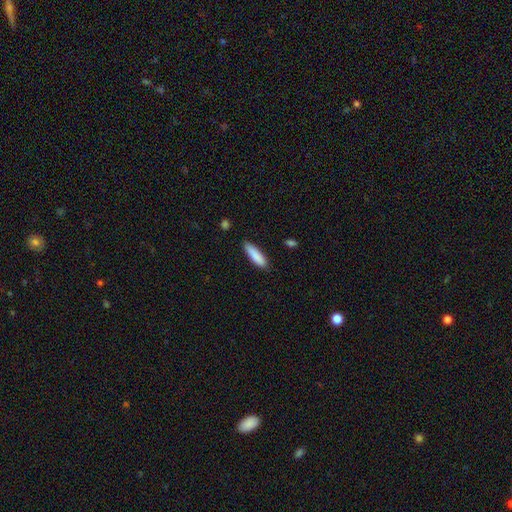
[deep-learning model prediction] Smooth or featured: smooth — 87% (featured or disk — 7%)
How rounded: cigar-shaped — 65% (in between — 34%)
Merging: none — 85% (minor disturbance — 11%)